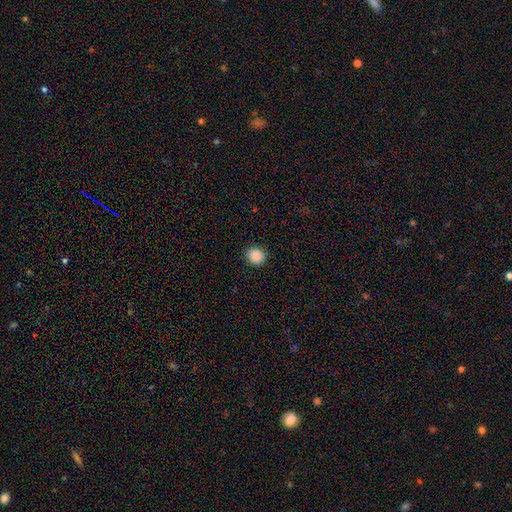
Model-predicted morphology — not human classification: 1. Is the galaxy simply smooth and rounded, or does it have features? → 88% smooth, 9% star or artifact, 3% featured or disk.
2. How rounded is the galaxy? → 83% round, 16% in between, 1% cigar-shaped.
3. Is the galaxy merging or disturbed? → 90% none, 7% minor disturbance, 2% major disturbance, 1% merger.